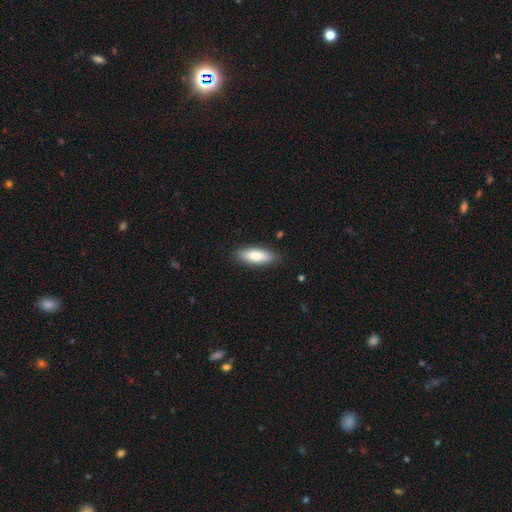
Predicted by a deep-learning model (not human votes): Smooth or featured? smooth (79%)
How rounded? in between (69%)
Merging? none (86%)